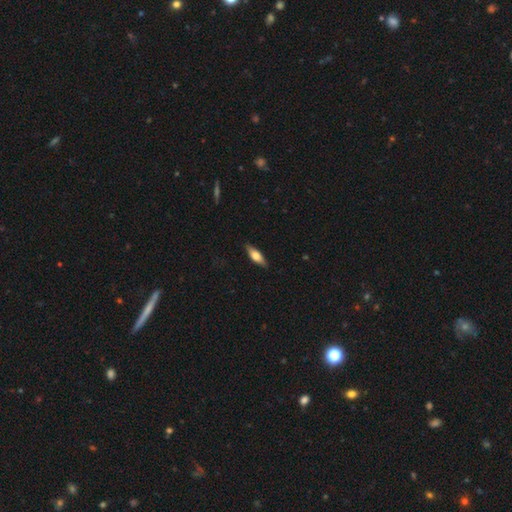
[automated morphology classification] smooth 57%, featured or disk 37%, star or artifact 6%. Down the decision tree: how rounded — in between (56%); merging — none (87%).